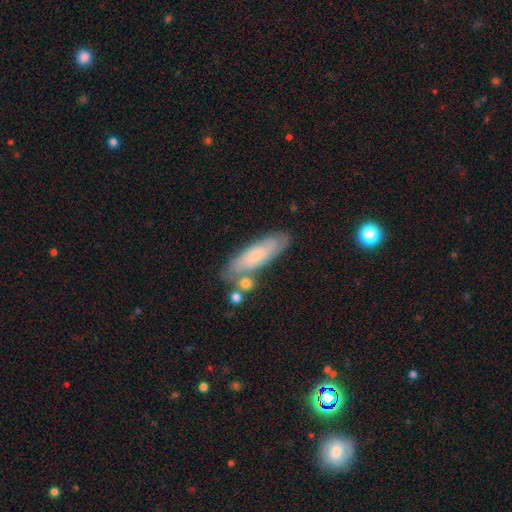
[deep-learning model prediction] Smooth or featured: smooth — 58% (featured or disk — 35%)
How rounded: cigar-shaped — 55% (in between — 43%)
Merging: none — 69% (minor disturbance — 17%)